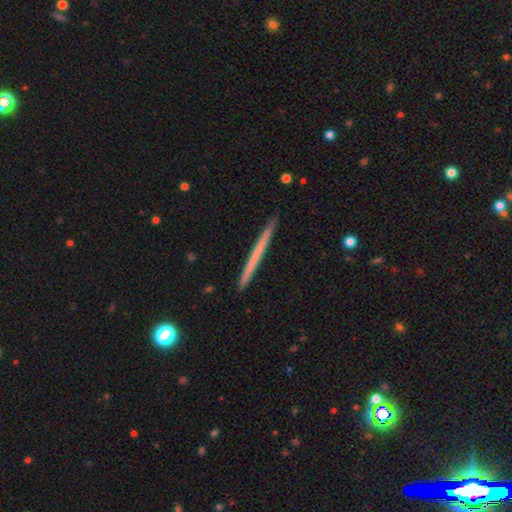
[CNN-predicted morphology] Smooth or featured?
  - smooth: 50% *
  - featured or disk: 45%
  - star or artifact: 5%
How rounded?
  - cigar-shaped: 97% *
  - in between: 1%
  - round: 1%
Merging?
  - none: 92% *
  - minor disturbance: 6%
  - major disturbance: 1%
  - merger: 1%